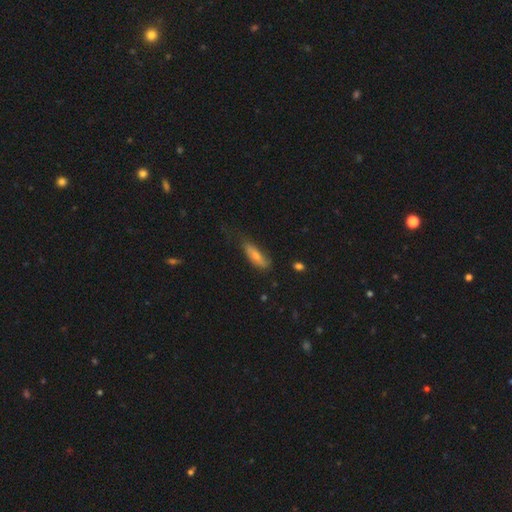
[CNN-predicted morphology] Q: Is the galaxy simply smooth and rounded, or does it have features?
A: smooth — 66%.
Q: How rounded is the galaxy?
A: in between — 50%.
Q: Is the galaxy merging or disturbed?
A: none — 56%.